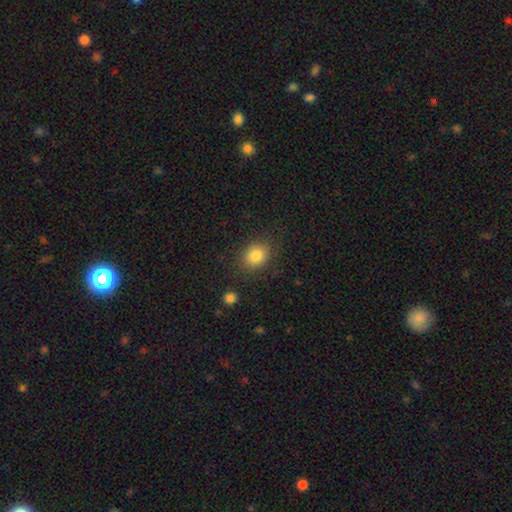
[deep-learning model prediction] A smooth galaxy with no disk features (83%) that is round (50%). Merging: none (83%).